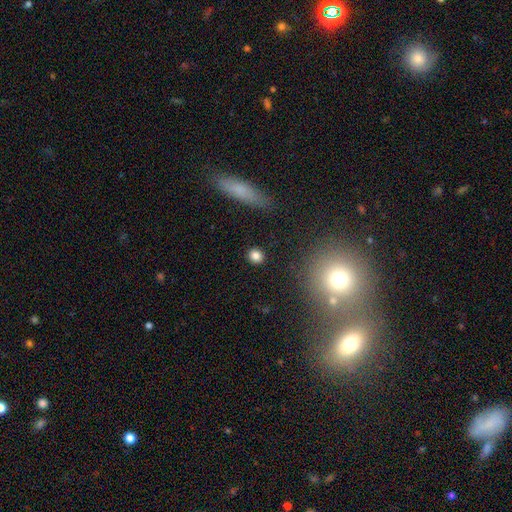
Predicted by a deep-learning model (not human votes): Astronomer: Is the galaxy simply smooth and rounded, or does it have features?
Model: smooth — 83%.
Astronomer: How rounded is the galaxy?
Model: round — 82%.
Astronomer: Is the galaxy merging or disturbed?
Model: none — 89%.